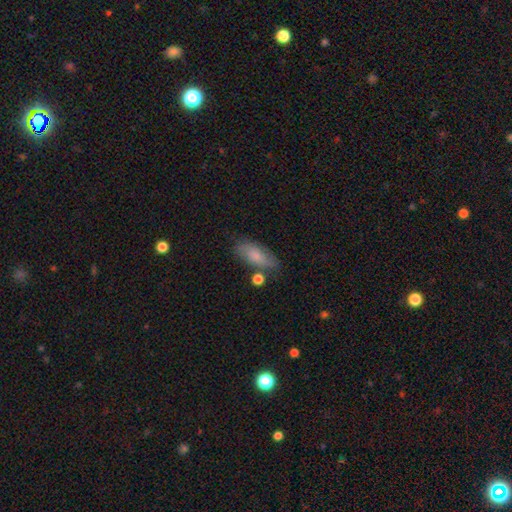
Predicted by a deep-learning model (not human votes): The model was most divided on "merging": none: 67%, minor disturbance: 21%, merger: 7%, major disturbance: 6%. More confident: how rounded — in between (80%); smooth or featured — smooth (71%).